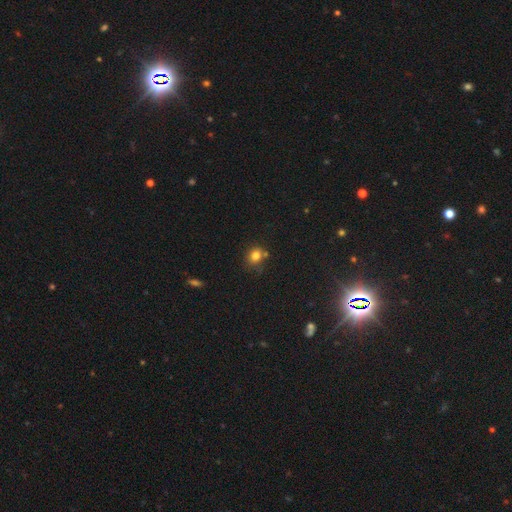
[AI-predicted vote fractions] Smooth or featured? smooth (80%)
How rounded? round (70%)
Merging? none (65%)